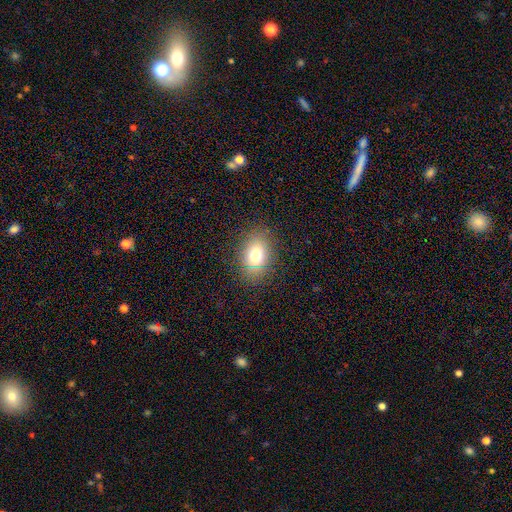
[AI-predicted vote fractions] A smooth galaxy with no disk features (72%) that is in between round and cigar-shaped (75%). Merging: none (83%).